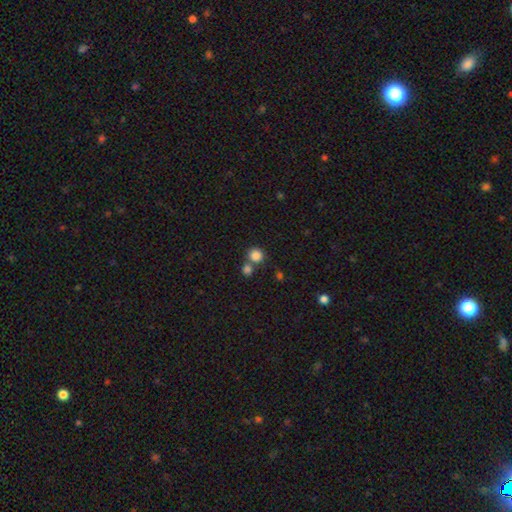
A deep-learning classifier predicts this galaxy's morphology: Overall: smooth (84%). How rounded: round (88%). Merging: none (58%; merger 31%).